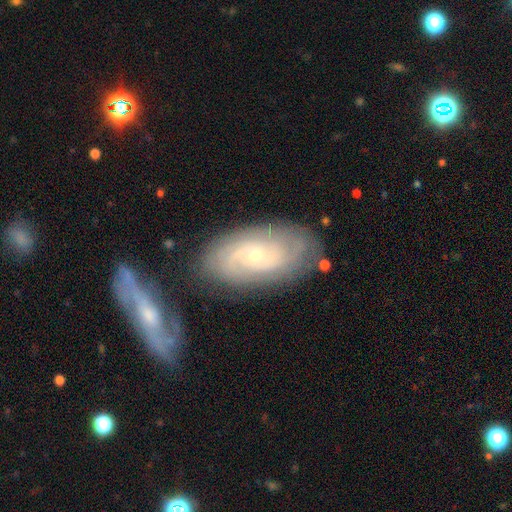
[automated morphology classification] type=featured or disk (78%); edge-on=no (93%); bar=no (75%); spiral arms=yes (91%); winding=tight (64%); arm count=can't tell (42%); bulge=small (75%); merging=none (71%).